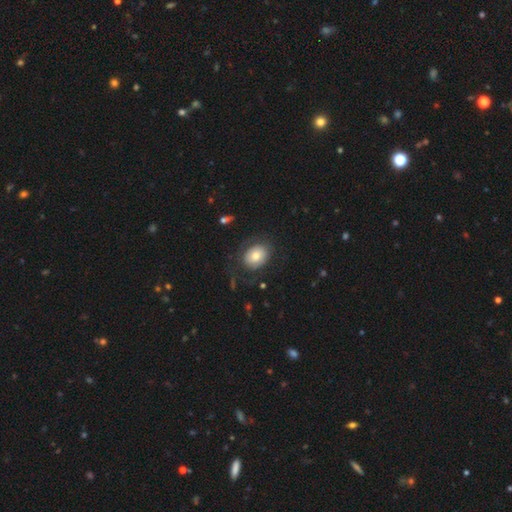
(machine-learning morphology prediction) This appears to be a smooth galaxy with no disk features (67%) that is in between round and cigar-shaped (58%). Merging: none (67%).